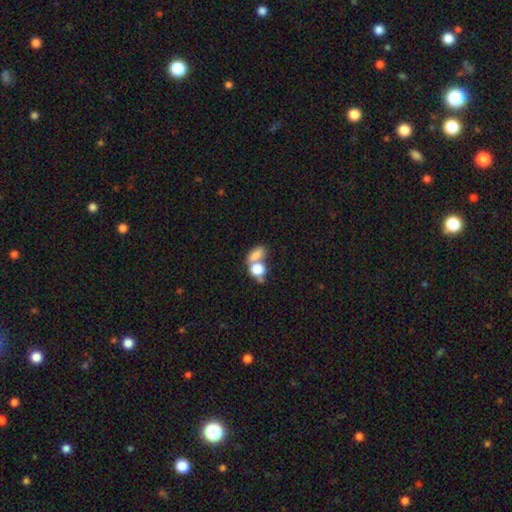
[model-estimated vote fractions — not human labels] smooth-or-featured: smooth: 75% | featured or disk: 13% | star or artifact: 12%
  how-rounded: in between: 72% | round: 25% | cigar-shaped: 3%
  merging: merger: 54% | none: 30% | minor disturbance: 9% | major disturbance: 7%